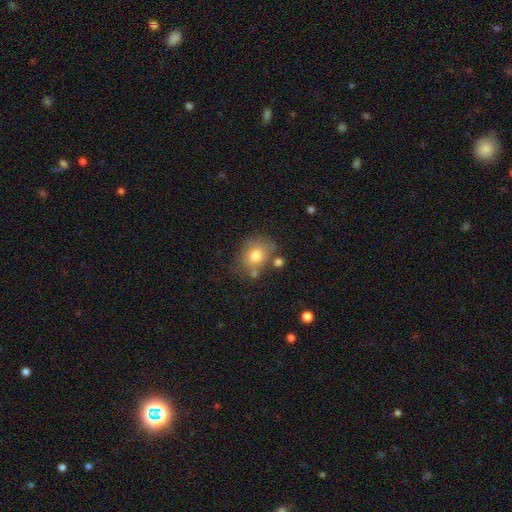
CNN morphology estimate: A smooth galaxy with no disk features (76%) that is round (60%).

Vote fractions:
- Smooth or featured? smooth: 76% / featured or disk: 14% / star or artifact: 10%
- How rounded? round: 60% / in between: 39% / cigar-shaped: 1%
- Merging? none: 64% / minor disturbance: 18% / merger: 11% / major disturbance: 6%